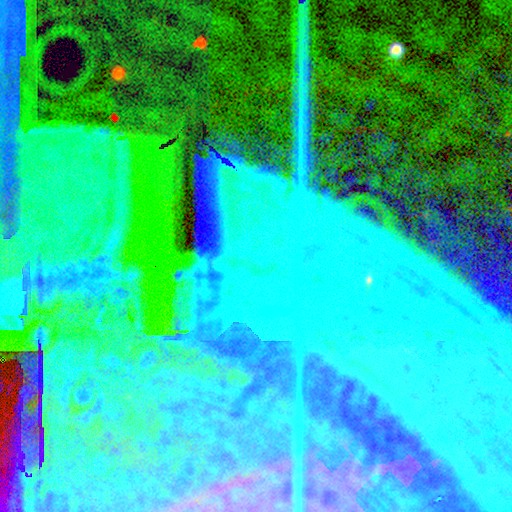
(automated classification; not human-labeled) This appears to be a star or artifact, not a galaxy (85%).